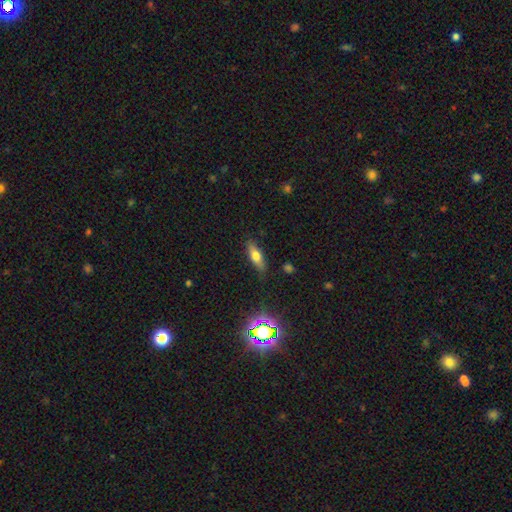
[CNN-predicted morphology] Smooth or featured?
  - smooth: 59% *
  - featured or disk: 30%
  - star or artifact: 11%
How rounded?
  - in between: 48% * (tied)
  - cigar-shaped: 48% * (tied)
  - round: 4%
Merging?
  - none: 84% *
  - minor disturbance: 12%
  - major disturbance: 3%
  - merger: 2%